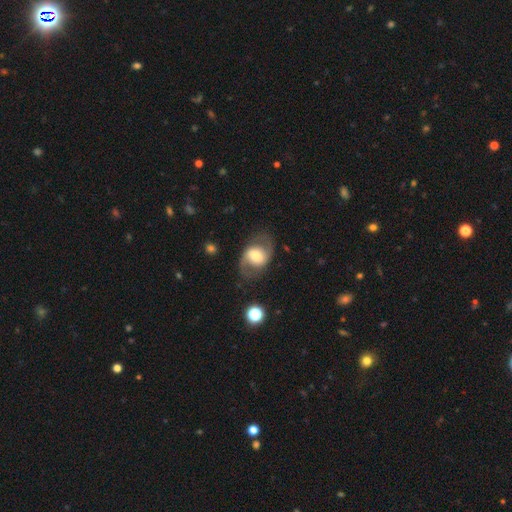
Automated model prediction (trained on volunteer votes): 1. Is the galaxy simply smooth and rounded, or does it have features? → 64% featured or disk, 28% smooth, 7% star or artifact.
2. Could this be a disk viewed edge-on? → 96% no, 4% yes.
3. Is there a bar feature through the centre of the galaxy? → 46% no, 36% weak, 18% strong.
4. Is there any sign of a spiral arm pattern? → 80% yes, 20% no.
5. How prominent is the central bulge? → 57% moderate, 20% small, 18% large, 3% dominant, 2% none.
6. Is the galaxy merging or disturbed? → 73% none, 15% minor disturbance, 10% major disturbance, 2% merger.